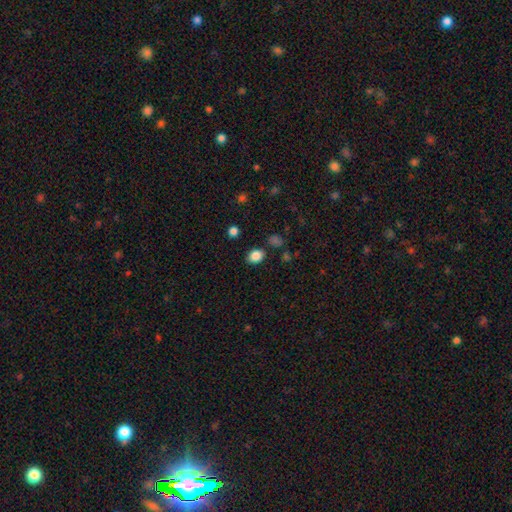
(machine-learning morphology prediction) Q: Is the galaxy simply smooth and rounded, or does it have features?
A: smooth — 85%.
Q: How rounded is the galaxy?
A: in between — 60%.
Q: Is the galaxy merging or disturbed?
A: none — 84%.